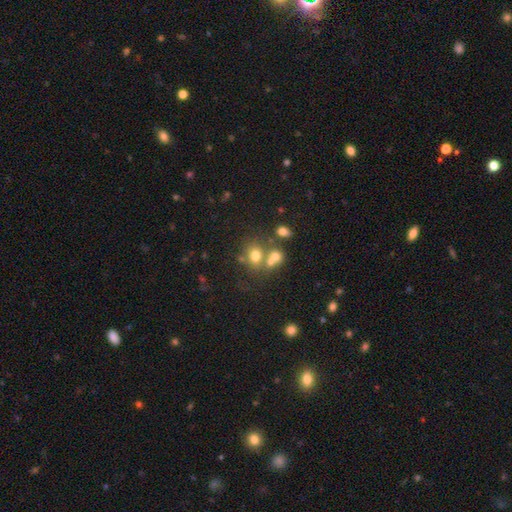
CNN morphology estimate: Smooth or featured?
  - smooth: 68% *
  - star or artifact: 16%
  - featured or disk: 16%
How rounded?
  - round: 63% *
  - in between: 36%
  - cigar-shaped: 1%
Merging?
  - none: 47% *
  - merger: 36%
  - minor disturbance: 11%
  - major disturbance: 6%